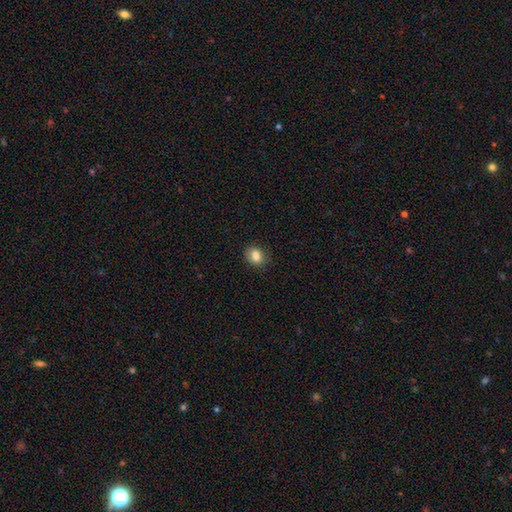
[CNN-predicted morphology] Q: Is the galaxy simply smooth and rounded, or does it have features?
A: smooth — 85%.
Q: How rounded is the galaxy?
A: in between — 61%.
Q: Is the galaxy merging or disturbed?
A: none — 84%.